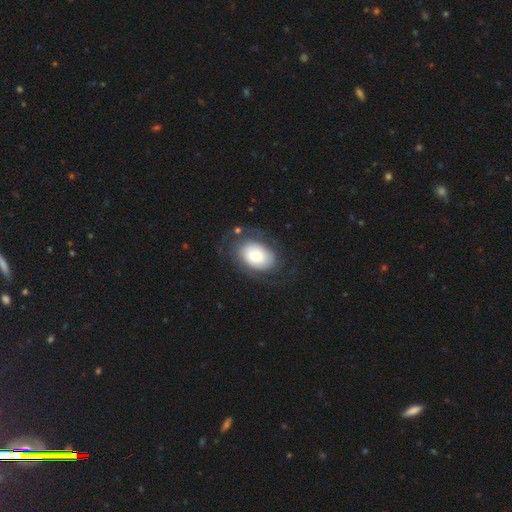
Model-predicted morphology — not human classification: smooth-or-featured: featured or disk: 48% | smooth: 44% | star or artifact: 7%
  merging: none: 60% | minor disturbance: 19% | major disturbance: 19% | merger: 2%